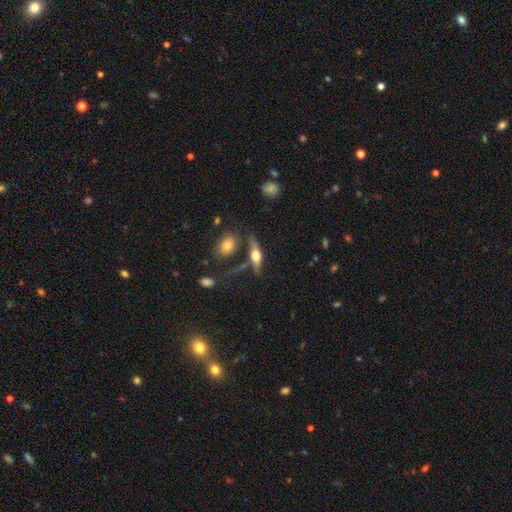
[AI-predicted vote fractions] A featured or disk galaxy (55%) viewed edge-on (91%) with a rounded central bulge (94%).

Vote fractions:
- Smooth or featured? featured or disk: 55% / smooth: 38% / star or artifact: 7%
- Edge-on disk? yes: 91% / no: 9%
- Edge-on bulge? rounded: 94% / boxy: 4% / none: 2%
- Merging? none: 70% / minor disturbance: 15% / merger: 10% / major disturbance: 6%